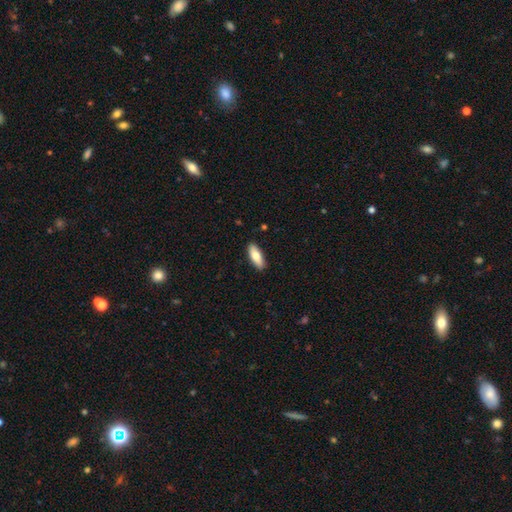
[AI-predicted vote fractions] Smooth or featured? Predicted: smooth (p=0.77). How rounded? Predicted: in between (p=0.69). Merging? Predicted: none (p=0.89).